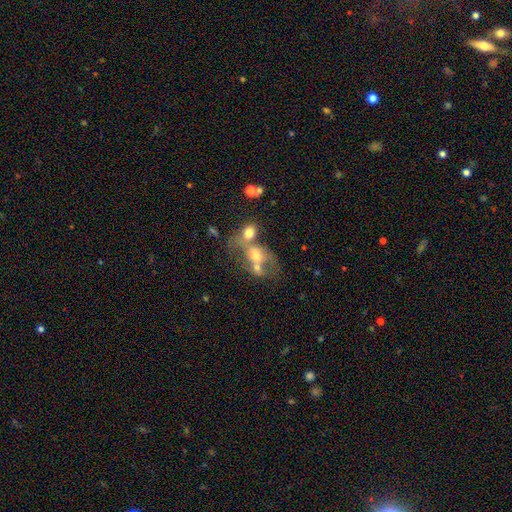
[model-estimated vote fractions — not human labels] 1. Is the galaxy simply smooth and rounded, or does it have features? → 44% smooth, 42% featured or disk, 15% star or artifact.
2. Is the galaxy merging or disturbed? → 62% merger, 18% none, 12% major disturbance, 9% minor disturbance.